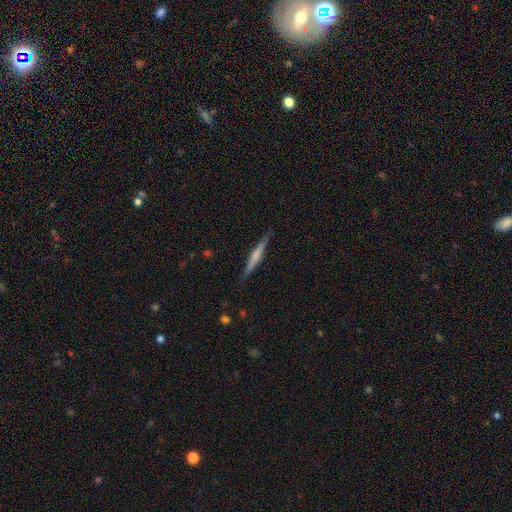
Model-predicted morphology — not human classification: Smooth or featured: featured or disk — 55% (smooth — 39%)
Edge-on disk: yes — 97% (no — 3%)
Edge-on bulge: rounded — 46% (none — 36%)
Merging: none — 89% (minor disturbance — 8%)